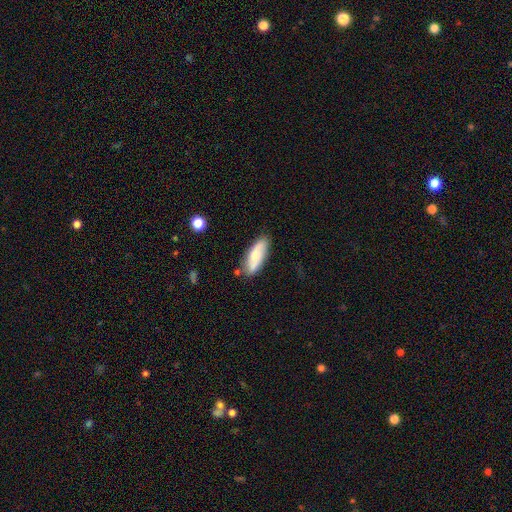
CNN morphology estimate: Smooth or featured: smooth — 67% (featured or disk — 27%)
How rounded: in between — 67% (cigar-shaped — 31%)
Merging: none — 77% (minor disturbance — 16%)